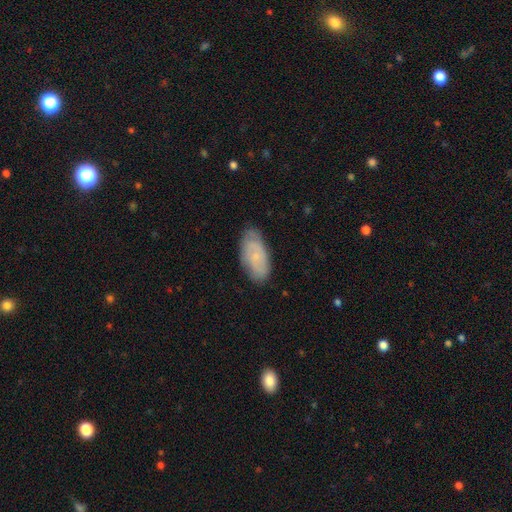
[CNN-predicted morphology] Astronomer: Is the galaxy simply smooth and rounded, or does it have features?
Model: smooth — 52% (runner-up: featured or disk, 41%).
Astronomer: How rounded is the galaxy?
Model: in between — 91%.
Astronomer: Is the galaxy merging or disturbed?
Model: none — 75%.